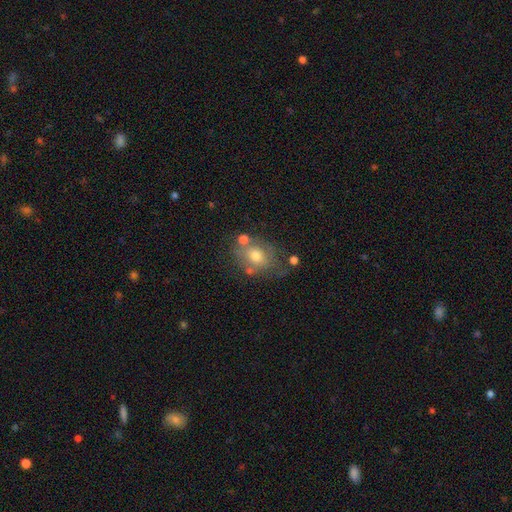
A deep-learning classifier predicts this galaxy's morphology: Smooth or featured? smooth (56%)
How rounded? round (53%)
Merging? none (50%)